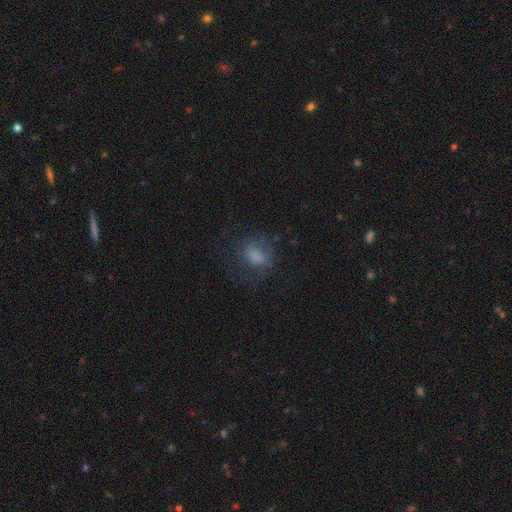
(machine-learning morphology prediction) smooth 60%, featured or disk 27%, star or artifact 14%. Down the decision tree: how rounded — round (53%); merging — none (52%).